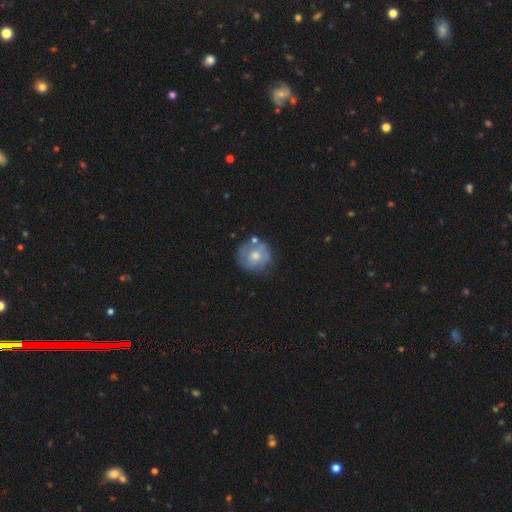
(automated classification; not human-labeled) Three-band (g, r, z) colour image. It shows a smooth galaxy with no disk features (47%). Merging: none (59%).